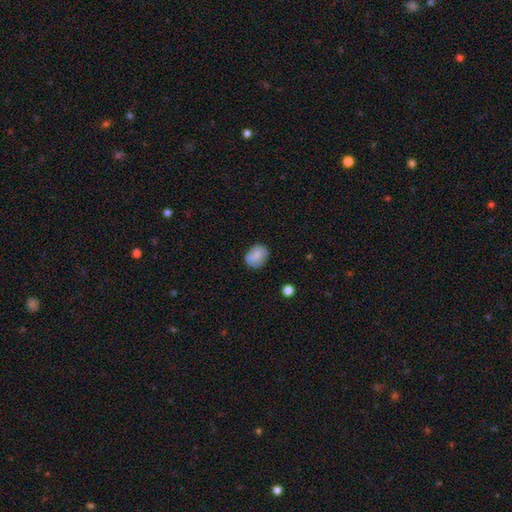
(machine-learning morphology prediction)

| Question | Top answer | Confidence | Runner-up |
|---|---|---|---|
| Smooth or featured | smooth | 81% | featured or disk (11%) |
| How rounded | in between | 57% | round (42%) |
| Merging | none | 69% | minor disturbance (23%) |